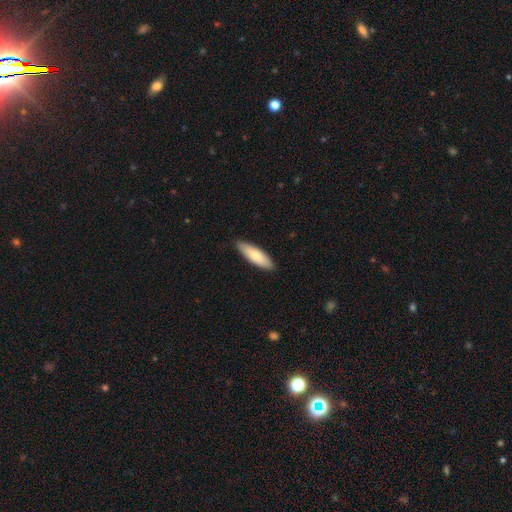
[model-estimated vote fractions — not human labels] Q: Smooth or featured?
A: smooth (77%); runner-up: featured or disk (18%)
Q: How rounded?
A: in between (51%); runner-up: cigar-shaped (48%)
Q: Merging?
A: none (87%); runner-up: minor disturbance (10%)